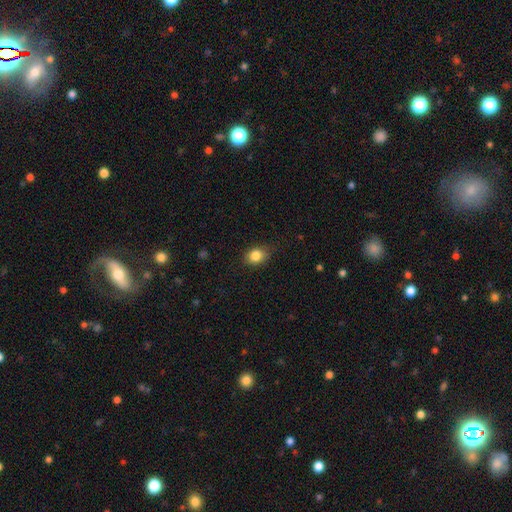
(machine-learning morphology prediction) Smooth or featured? Predicted: smooth (p=0.84). How rounded? Predicted: in between (p=0.53). Merging? Predicted: none (p=0.82).